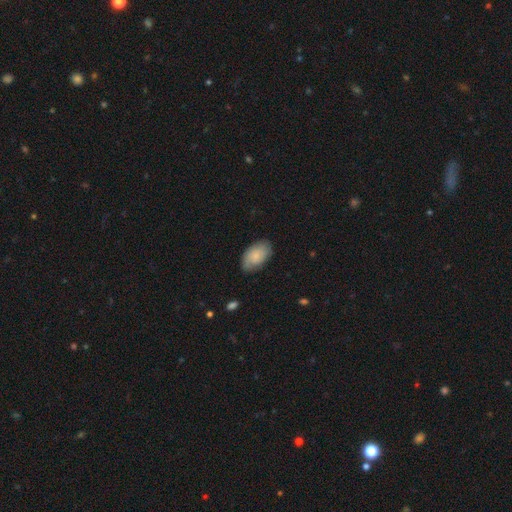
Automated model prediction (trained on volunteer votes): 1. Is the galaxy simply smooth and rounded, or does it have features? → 73% smooth, 20% featured or disk, 6% star or artifact.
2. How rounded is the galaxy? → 94% in between, 5% round, 2% cigar-shaped.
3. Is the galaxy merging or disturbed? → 78% none, 18% minor disturbance, 3% major disturbance, 1% merger.